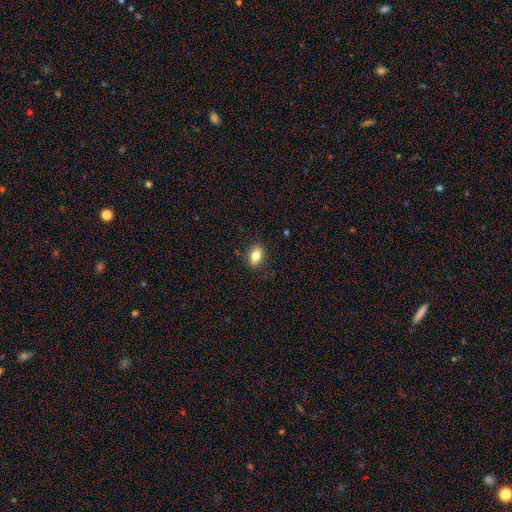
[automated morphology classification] This appears to be a smooth galaxy with no disk features (82%) that is in between round and cigar-shaped (84%). Merging: none (86%).